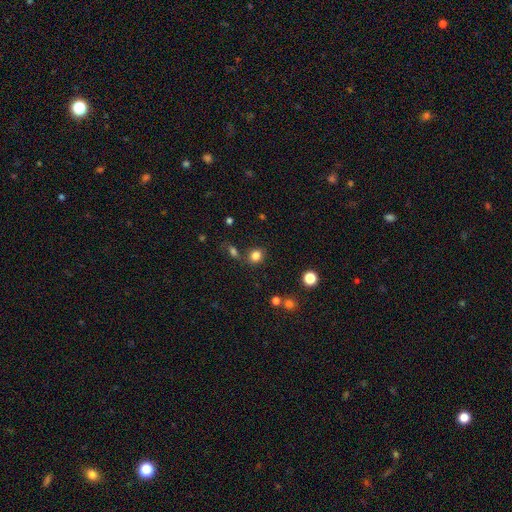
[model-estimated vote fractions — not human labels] A smooth galaxy with no disk features (82%) that is round (63%).

Vote fractions:
- Smooth or featured? smooth: 82% / star or artifact: 13% / featured or disk: 5%
- How rounded? round: 63% / in between: 36% / cigar-shaped: 1%
- Merging? none: 72% / merger: 12% / minor disturbance: 12% / major disturbance: 4%